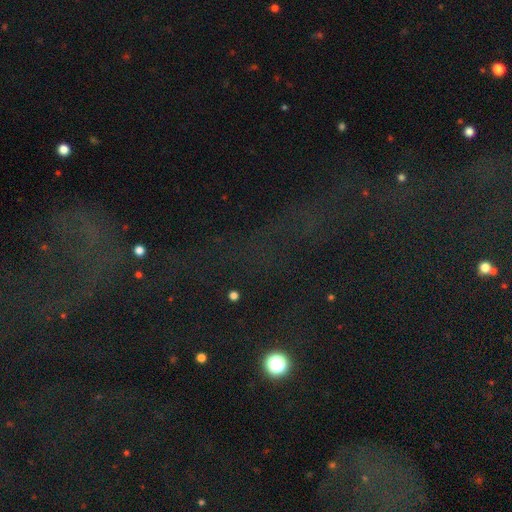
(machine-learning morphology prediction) Q: Smooth or featured?
A: star or artifact (71%); runner-up: featured or disk (15%)